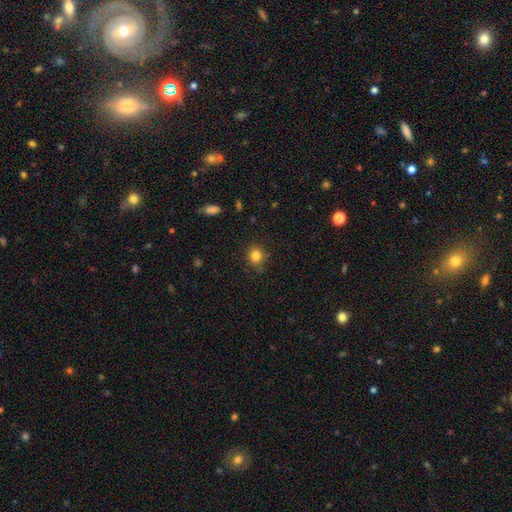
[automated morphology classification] Smooth or featured: smooth — 82% (star or artifact — 12%)
How rounded: round — 83% (in between — 16%)
Merging: none — 80% (minor disturbance — 14%)